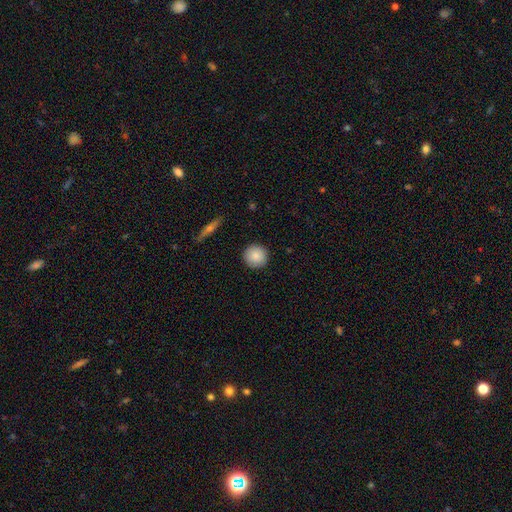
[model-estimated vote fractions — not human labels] Smooth or featured?
  - smooth: 86% *
  - star or artifact: 7%
  - featured or disk: 7%
How rounded?
  - round: 94% *
  - in between: 5%
  - cigar-shaped: 1%
Merging?
  - none: 92% *
  - minor disturbance: 5%
  - major disturbance: 2%
  - merger: 1%